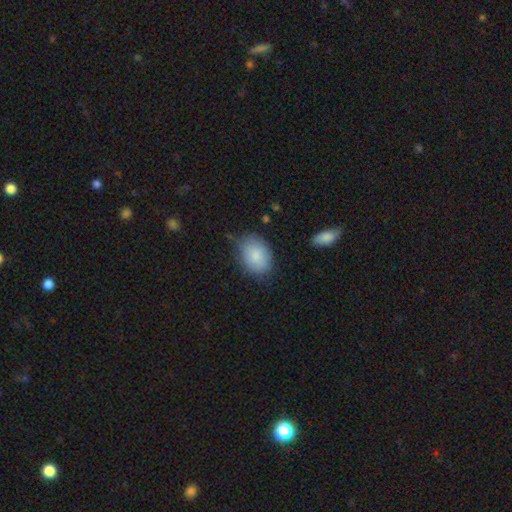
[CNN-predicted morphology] Smooth or featured? Predicted: smooth (p=0.85). How rounded? Predicted: in between (p=0.74). Merging? Predicted: none (p=0.72).